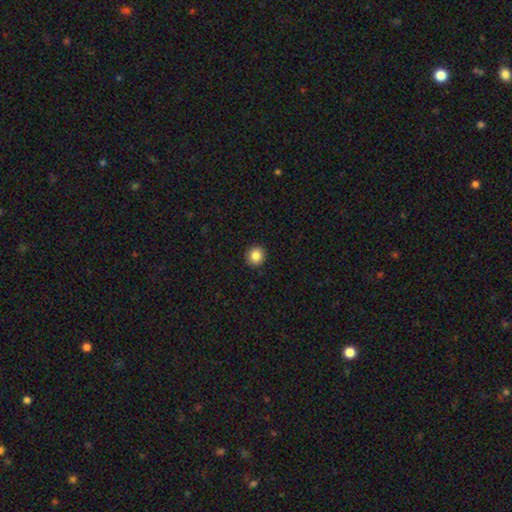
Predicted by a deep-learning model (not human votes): Smooth or featured? Predicted: smooth (p=0.86). How rounded? Predicted: round (p=0.91). Merging? Predicted: none (p=0.93).